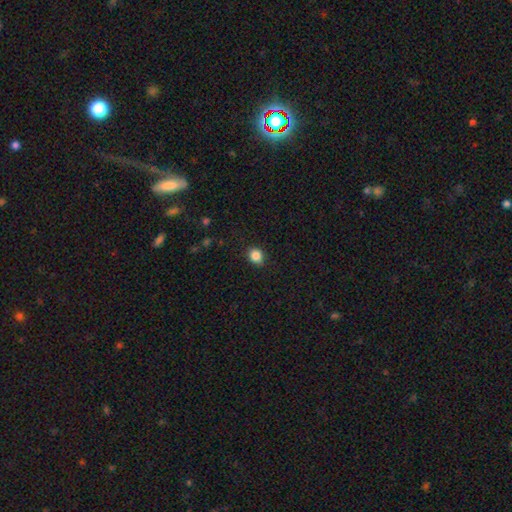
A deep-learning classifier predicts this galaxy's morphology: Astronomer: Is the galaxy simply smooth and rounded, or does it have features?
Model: smooth — 86%.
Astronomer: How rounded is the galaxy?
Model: round — 63%.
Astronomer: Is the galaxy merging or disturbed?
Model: none — 88%.